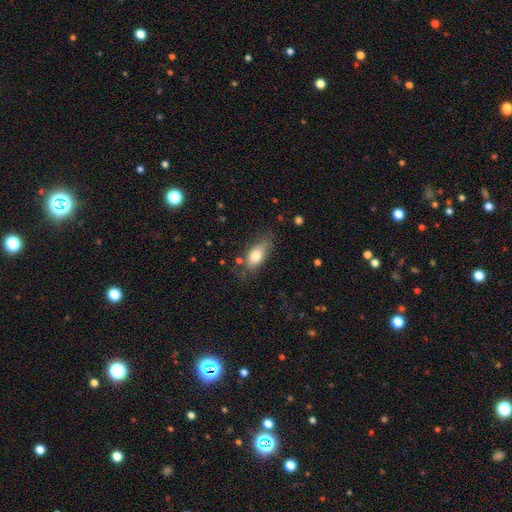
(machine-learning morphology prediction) type=smooth (74%); roundness=in between (85%); merging=none (64%).